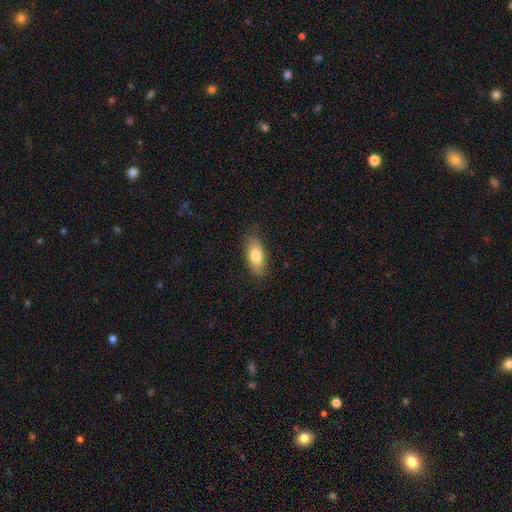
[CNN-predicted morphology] smooth 77%, featured or disk 17%, star or artifact 7%. Down the decision tree: how rounded — in between (82%); merging — none (83%).